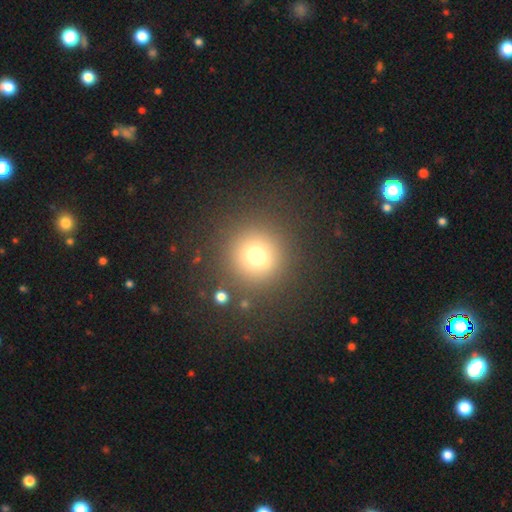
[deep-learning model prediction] Q: Smooth or featured?
A: smooth (71%); runner-up: star or artifact (18%)
Q: How rounded?
A: round (94%); runner-up: in between (5%)
Q: Merging?
A: none (86%); runner-up: minor disturbance (7%)